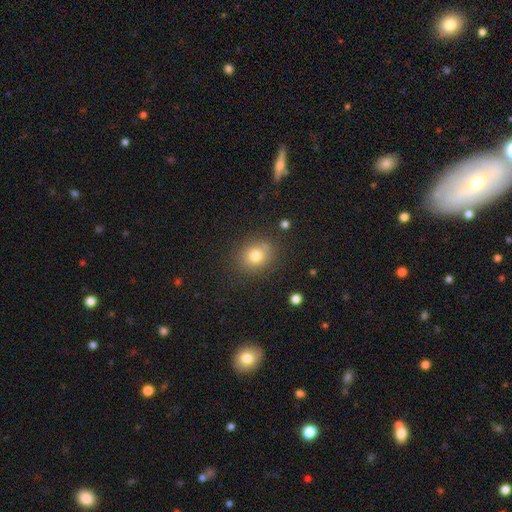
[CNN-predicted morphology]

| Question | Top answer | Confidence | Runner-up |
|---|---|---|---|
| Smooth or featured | smooth | 77% | star or artifact (13%) |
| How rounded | round | 73% | in between (26%) |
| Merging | none | 81% | minor disturbance (12%) |